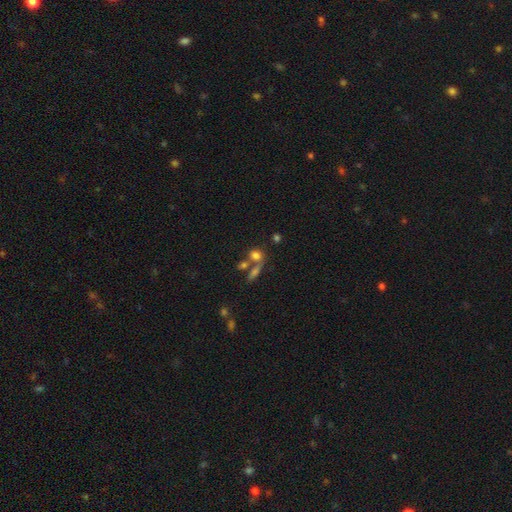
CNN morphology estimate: Smooth or featured?
  - smooth: 73% *
  - star or artifact: 14%
  - featured or disk: 13%
How rounded?
  - round: 63% *
  - in between: 32%
  - cigar-shaped: 4%
Merging?
  - none: 45% *
  - merger: 40%
  - minor disturbance: 9%
  - major disturbance: 6%